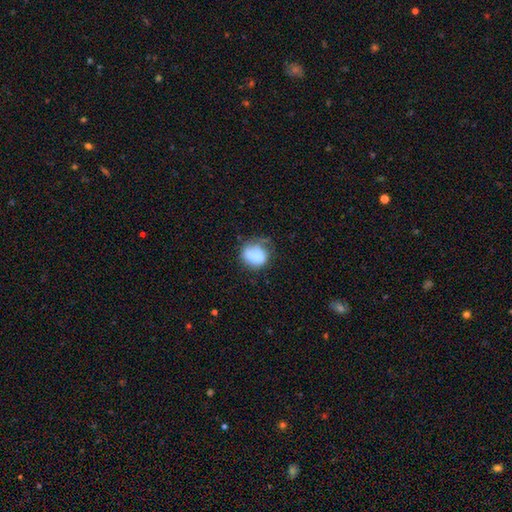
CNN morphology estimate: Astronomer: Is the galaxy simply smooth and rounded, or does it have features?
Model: smooth — 58% (runner-up: featured or disk, 34%).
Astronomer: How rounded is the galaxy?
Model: round — 72%.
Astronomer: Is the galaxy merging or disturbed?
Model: none — 42% (runner-up: minor disturbance, 26%).